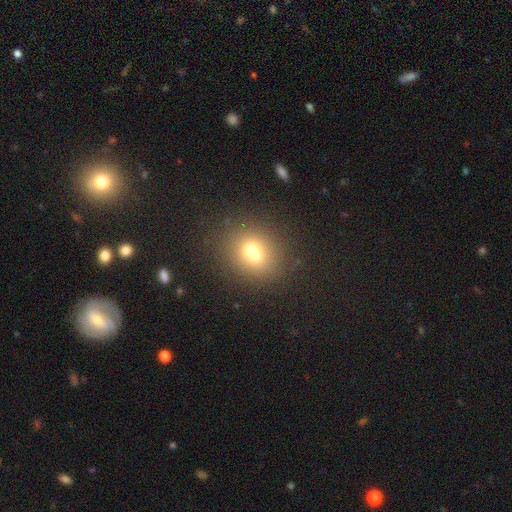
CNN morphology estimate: A smooth galaxy with no disk features (64%) that is round (74%).

Vote fractions:
- Smooth or featured? smooth: 64% / featured or disk: 21% / star or artifact: 15%
- How rounded? round: 74% / in between: 25% / cigar-shaped: 1%
- Merging? none: 44% / merger: 43% / minor disturbance: 9% / major disturbance: 4%